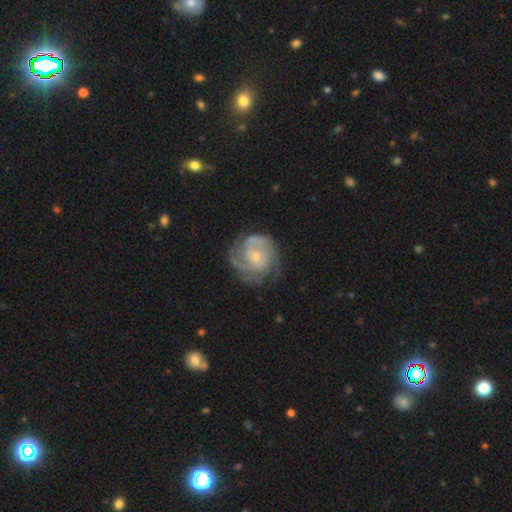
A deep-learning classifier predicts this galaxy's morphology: This appears to be a featured or disk galaxy (81%) with no bar (70%), 2 (30%, tied with can't tell) tight (59%) spiral arms (92%) and a small central bulge (64%). Merging: none (65%).